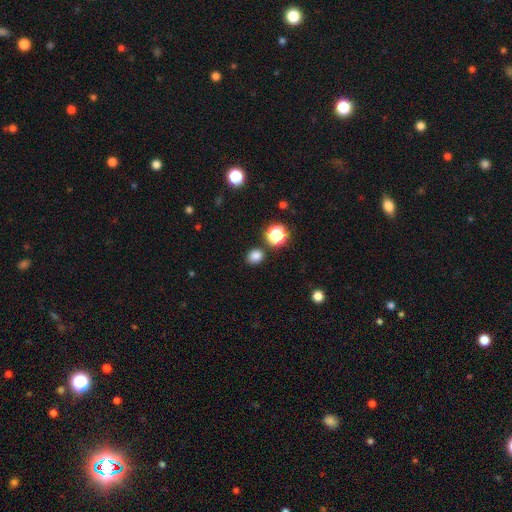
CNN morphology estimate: A smooth galaxy with no disk features (81%) that is round (65%). Merging: none (84%).